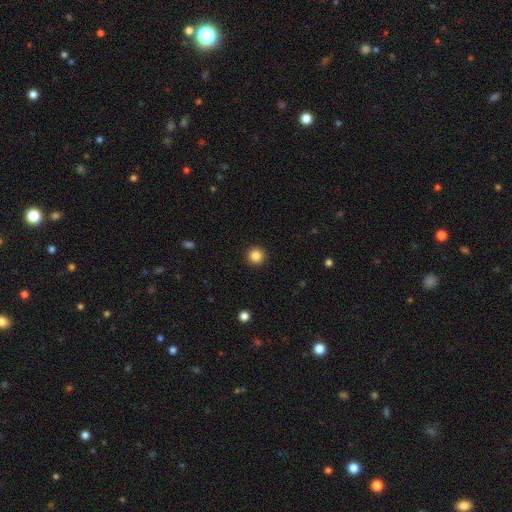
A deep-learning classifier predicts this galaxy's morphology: Smooth or featured? smooth (85%)
How rounded? round (96%)
Merging? none (93%)